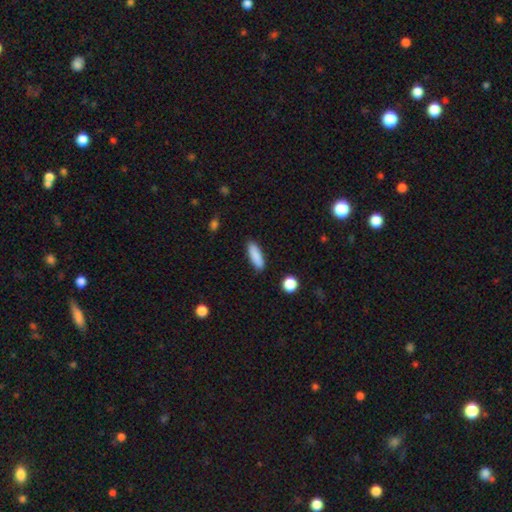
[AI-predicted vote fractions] Q: Smooth or featured?
A: smooth (88%); runner-up: star or artifact (6%)
Q: How rounded?
A: cigar-shaped (50%); runner-up: in between (48%)
Q: Merging?
A: none (89%); runner-up: minor disturbance (8%)